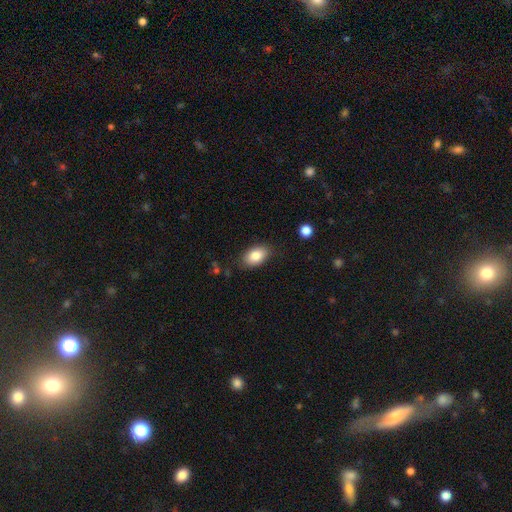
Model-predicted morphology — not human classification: smooth_or_featured: smooth (p=0.84) [alt: featured or disk p=0.09]
how_rounded: in between (p=0.90) [alt: round p=0.08]
merging: none (p=0.82) [alt: minor disturbance p=0.13]